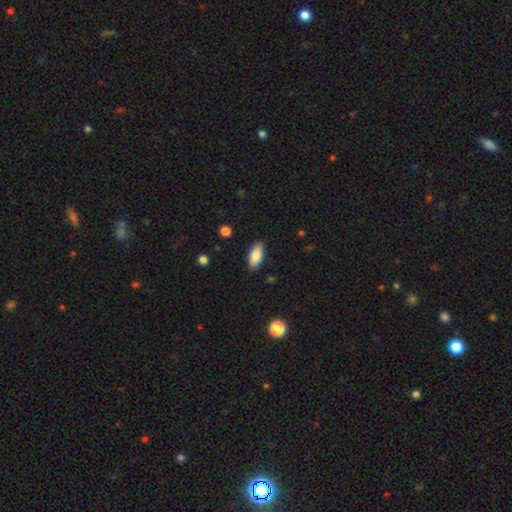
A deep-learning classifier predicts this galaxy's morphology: This is clearly a smooth galaxy (84%). How rounded: clearly in between (85%). Merging: clearly none (87%).